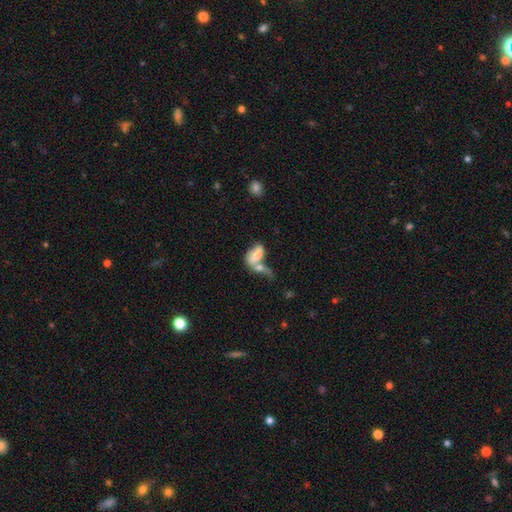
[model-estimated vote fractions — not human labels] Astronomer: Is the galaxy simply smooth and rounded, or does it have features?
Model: smooth — 69%.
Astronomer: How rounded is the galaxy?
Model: in between — 88%.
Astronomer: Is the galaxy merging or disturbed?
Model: merger — 61%.